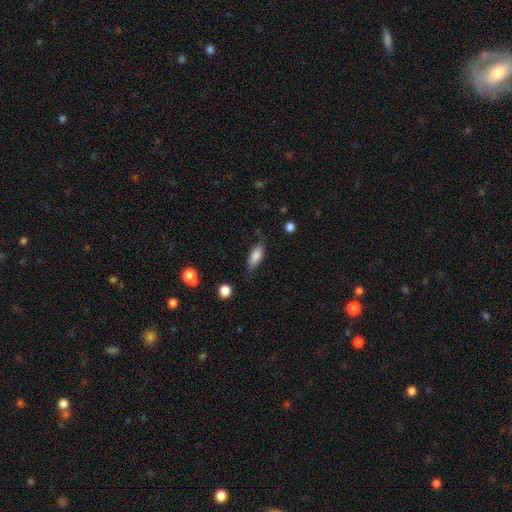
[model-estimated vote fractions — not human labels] Smooth or featured: smooth — 81% (featured or disk — 12%)
How rounded: in between — 75% (cigar-shaped — 22%)
Merging: none — 68% (minor disturbance — 24%)